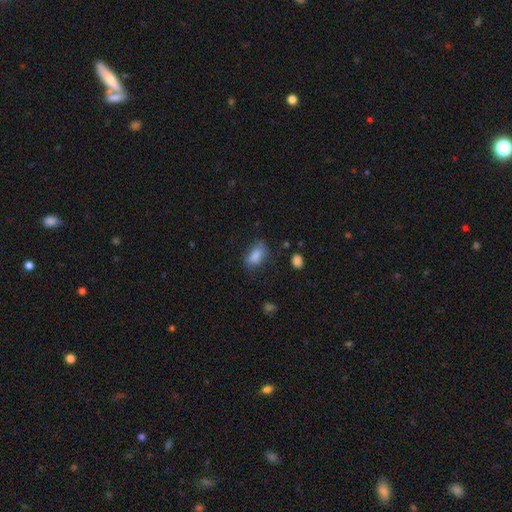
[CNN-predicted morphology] smooth-or-featured: smooth: 83% | star or artifact: 9% | featured or disk: 8%
  how-rounded: in between: 88% | round: 8% | cigar-shaped: 4%
  merging: none: 62% | minor disturbance: 26% | major disturbance: 9% | merger: 3%